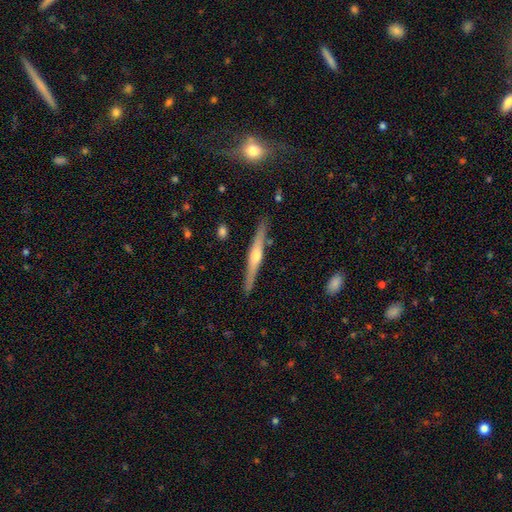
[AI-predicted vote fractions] Smooth or featured?
  - featured or disk: 72% *
  - smooth: 22%
  - star or artifact: 6%
Edge-on disk?
  - yes: 98% *
  - no: 2%
Edge-on bulge?
  - rounded: 87% *
  - none: 7%
  - boxy: 6%
Merging?
  - none: 88% *
  - minor disturbance: 8%
  - merger: 2%
  - major disturbance: 2%